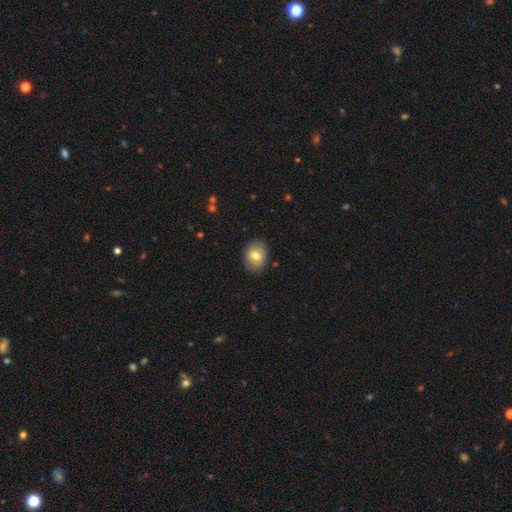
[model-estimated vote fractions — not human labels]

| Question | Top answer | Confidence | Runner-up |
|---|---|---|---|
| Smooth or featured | smooth | 74% | featured or disk (18%) |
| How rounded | in between | 59% | round (40%) |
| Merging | none | 83% | minor disturbance (14%) |